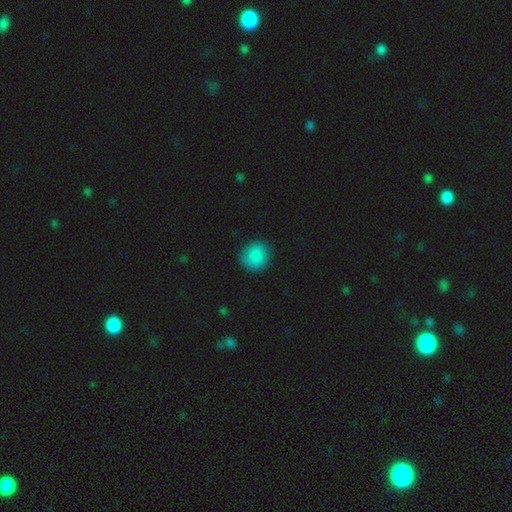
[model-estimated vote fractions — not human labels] A smooth galaxy with no disk features (87%) that is round (88%).

Vote fractions:
- Smooth or featured? smooth: 87% / star or artifact: 8% / featured or disk: 4%
- How rounded? round: 88% / in between: 11% / cigar-shaped: 1%
- Merging? none: 87% / minor disturbance: 9% / major disturbance: 2% / merger: 1%